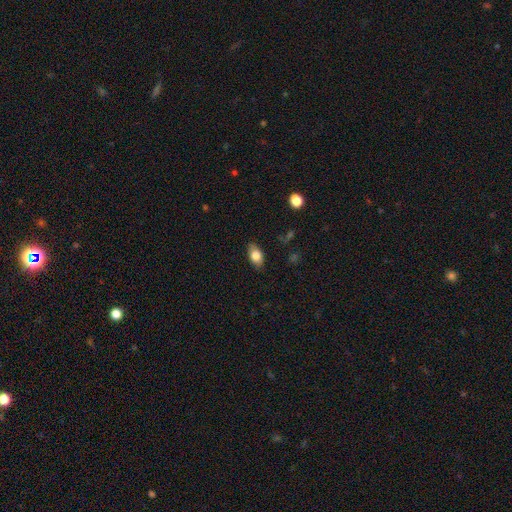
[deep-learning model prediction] Smooth or featured? Predicted: smooth (p=0.78). How rounded? Predicted: in between (p=0.88). Merging? Predicted: none (p=0.82).